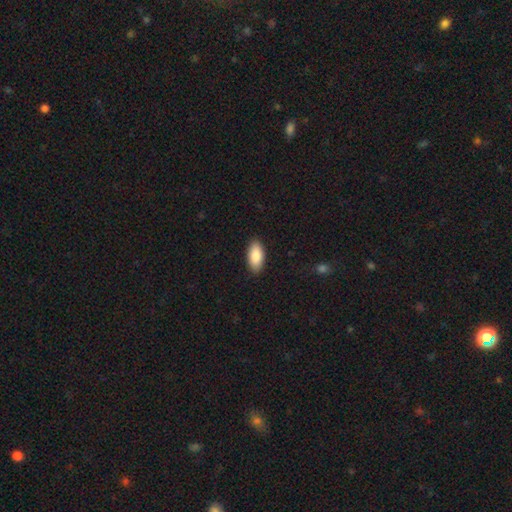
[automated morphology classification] smooth_or_featured: smooth (p=0.89) [alt: star or artifact p=0.06]
how_rounded: in between (p=0.92) [alt: cigar-shaped p=0.06]
merging: none (p=0.88) [alt: minor disturbance p=0.09]